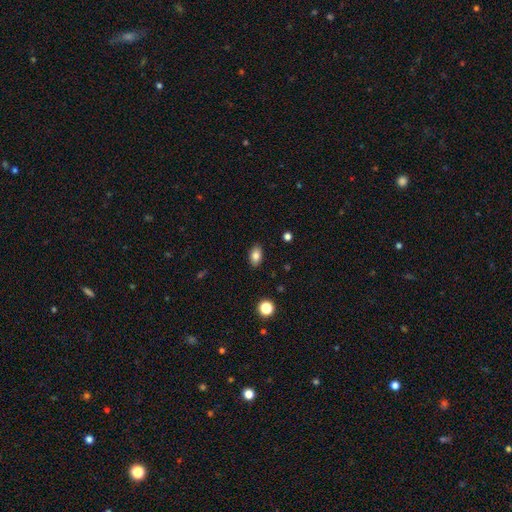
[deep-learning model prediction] Smooth or featured: smooth — 83% (star or artifact — 9%)
How rounded: in between — 88% (round — 10%)
Merging: none — 88% (minor disturbance — 9%)